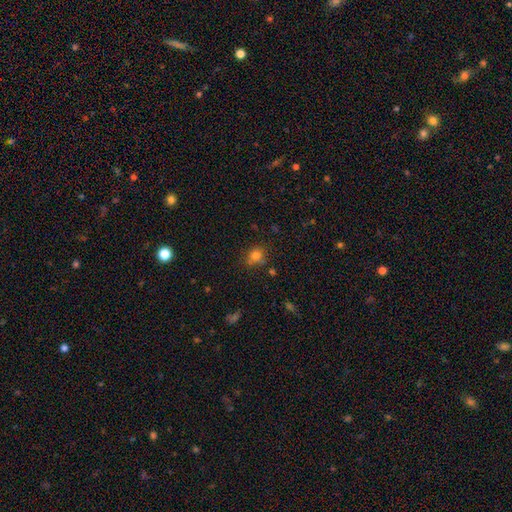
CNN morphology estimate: smooth-or-featured: smooth: 77% | star or artifact: 15% | featured or disk: 8%
  how-rounded: round: 78% | in between: 21% | cigar-shaped: 1%
  merging: none: 71% | minor disturbance: 16% | merger: 9% | major disturbance: 4%